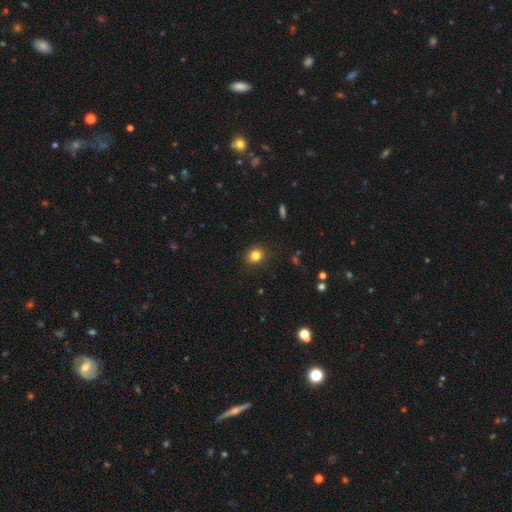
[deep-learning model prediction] smooth-or-featured: smooth: 82% | star or artifact: 12% | featured or disk: 6%
  how-rounded: round: 75% | in between: 24% | cigar-shaped: 1%
  merging: none: 88% | minor disturbance: 8% | major disturbance: 2% | merger: 1%